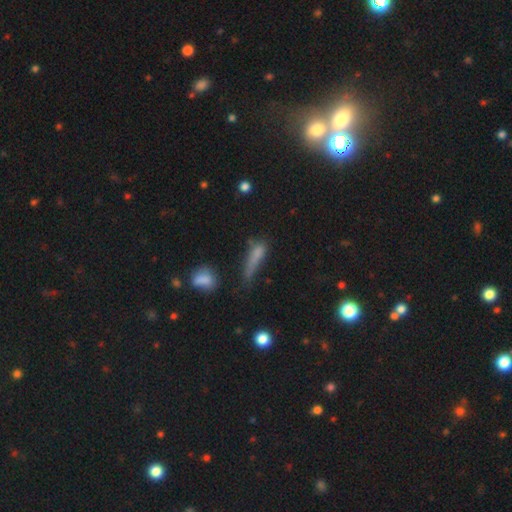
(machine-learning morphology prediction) smooth_or_featured: smooth (p=0.69) [alt: featured or disk p=0.18]
how_rounded: cigar-shaped (p=0.68) [alt: in between p=0.27]
merging: none (p=0.35) [alt: minor disturbance p=0.29]